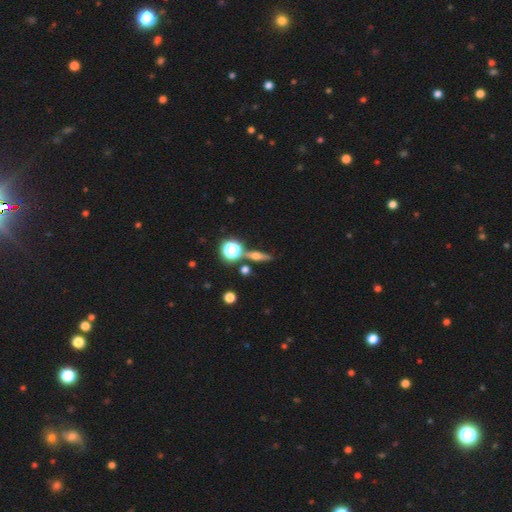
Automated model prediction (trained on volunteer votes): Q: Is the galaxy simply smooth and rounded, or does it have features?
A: featured or disk — 47%.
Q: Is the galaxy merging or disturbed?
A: none — 78%.